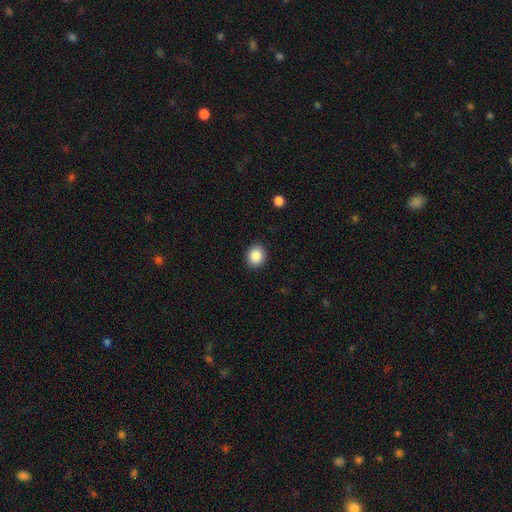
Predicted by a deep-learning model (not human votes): This is clearly a smooth galaxy (87%). How rounded: likely round (70%). Merging: clearly none (90%).